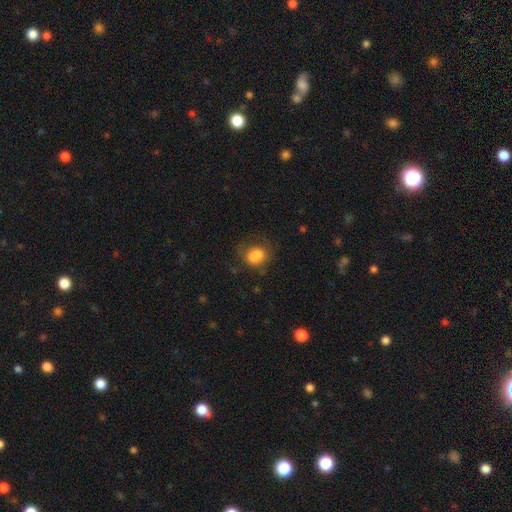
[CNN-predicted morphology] Overall: smooth (72%). How rounded: round (64%; in between 35%). Merging: none (38%; merger 37%).